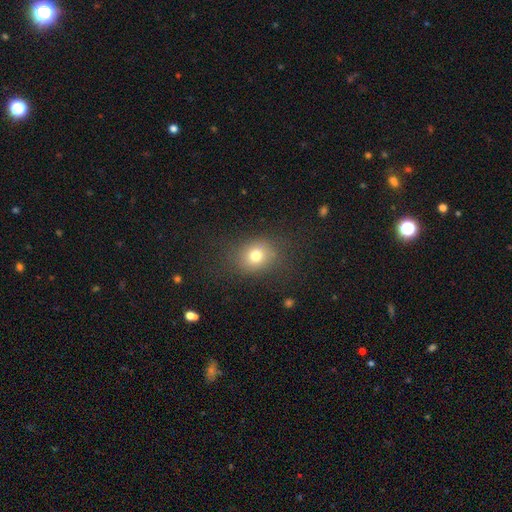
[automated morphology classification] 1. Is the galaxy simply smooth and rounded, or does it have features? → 76% smooth, 14% star or artifact, 11% featured or disk.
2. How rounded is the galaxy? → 59% round, 40% in between, 1% cigar-shaped.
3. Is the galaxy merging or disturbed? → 78% none, 13% minor disturbance, 7% major disturbance, 1% merger.